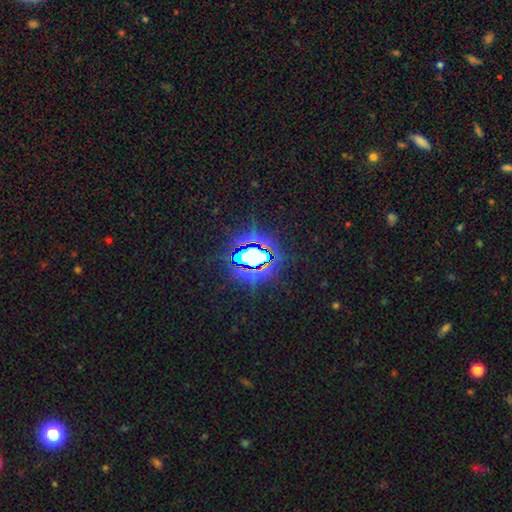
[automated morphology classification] star or artifact 76%, smooth 14%, featured or disk 10%.